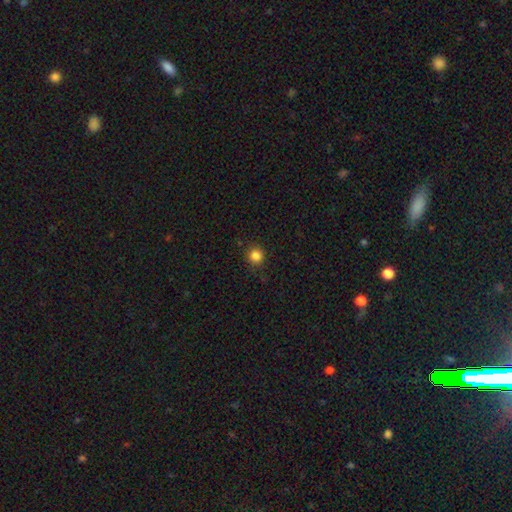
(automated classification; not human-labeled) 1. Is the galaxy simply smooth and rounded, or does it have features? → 85% smooth, 12% star or artifact, 3% featured or disk.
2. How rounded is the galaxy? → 92% round, 7% in between, 1% cigar-shaped.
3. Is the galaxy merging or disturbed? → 89% none, 8% minor disturbance, 2% major disturbance, 1% merger.